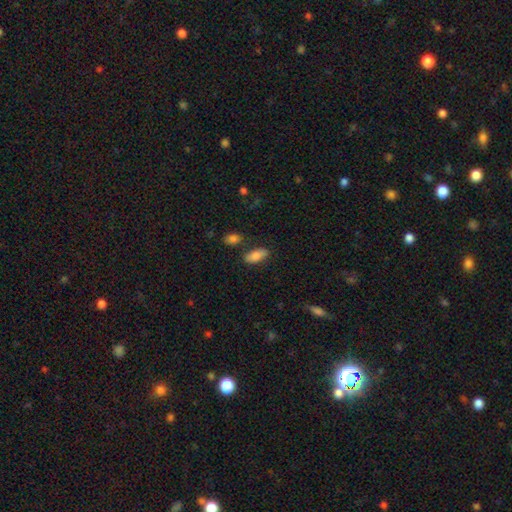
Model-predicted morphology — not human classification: type=smooth (80%); roundness=in between (87%); merging=none (78%).